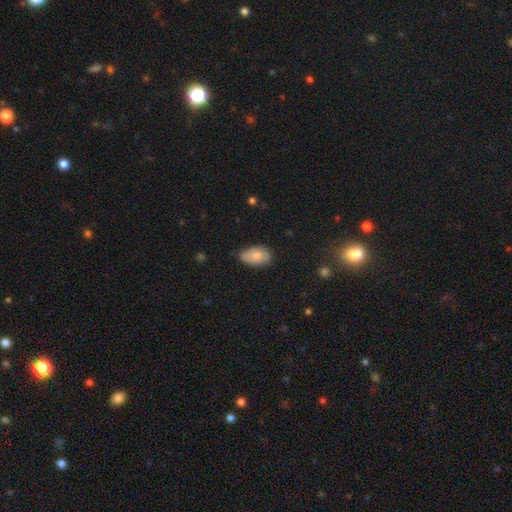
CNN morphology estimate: The model was most divided on "merging": none: 69%, minor disturbance: 26%, major disturbance: 4%, merger: 1%. More confident: how rounded — in between (94%); smooth or featured — smooth (84%).